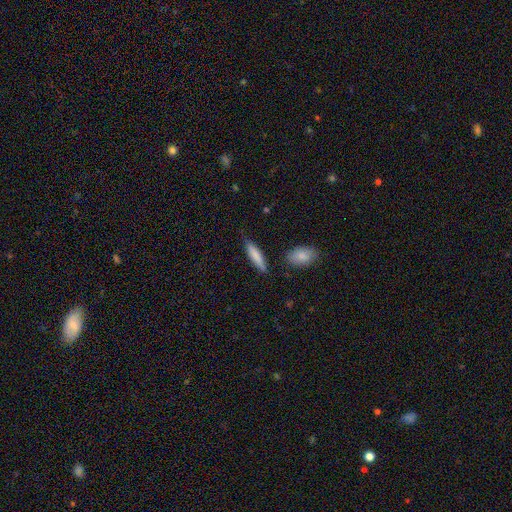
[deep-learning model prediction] This appears to be a smooth galaxy with no disk features (77%) that is cigar-shaped (77%). Merging: none (79%).